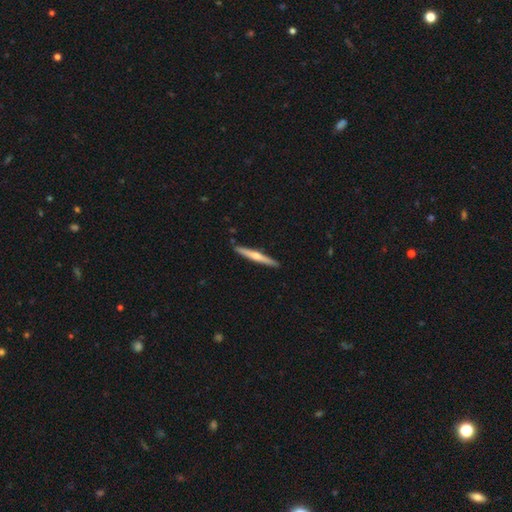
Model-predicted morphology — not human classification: A featured or disk galaxy (63%) viewed edge-on (98%) with a rounded central bulge (83%).

Vote fractions:
- Smooth or featured? featured or disk: 63% / smooth: 32% / star or artifact: 5%
- Edge-on disk? yes: 98% / no: 2%
- Edge-on bulge? rounded: 83% / none: 13% / boxy: 4%
- Merging? none: 91% / minor disturbance: 6% / merger: 1% / major disturbance: 1%